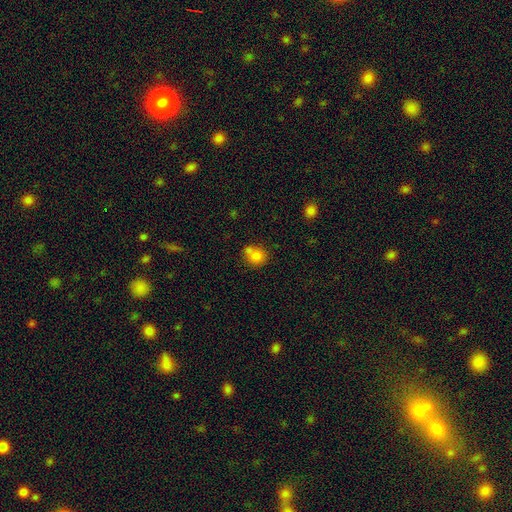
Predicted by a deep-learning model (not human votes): A smooth galaxy with no disk features (79%) that is round (75%).

Vote fractions:
- Smooth or featured? smooth: 79% / star or artifact: 11% / featured or disk: 9%
- How rounded? round: 75% / in between: 24% / cigar-shaped: 1%
- Merging? none: 51% / merger: 29% / minor disturbance: 16% / major disturbance: 5%